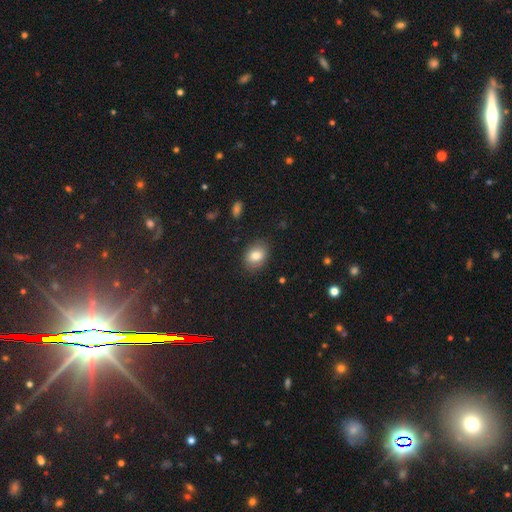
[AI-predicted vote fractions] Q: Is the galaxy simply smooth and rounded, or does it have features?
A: smooth — 82%.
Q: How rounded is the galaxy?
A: in between — 70%.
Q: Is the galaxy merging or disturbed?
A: none — 84%.